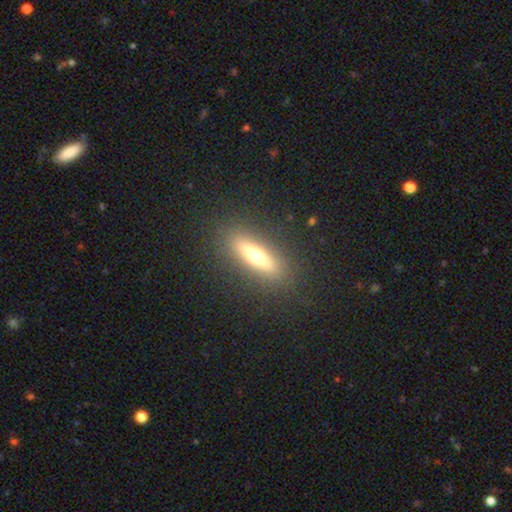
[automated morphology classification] smooth 50%, featured or disk 42%, star or artifact 8%. Down the decision tree: merging — none (87%).